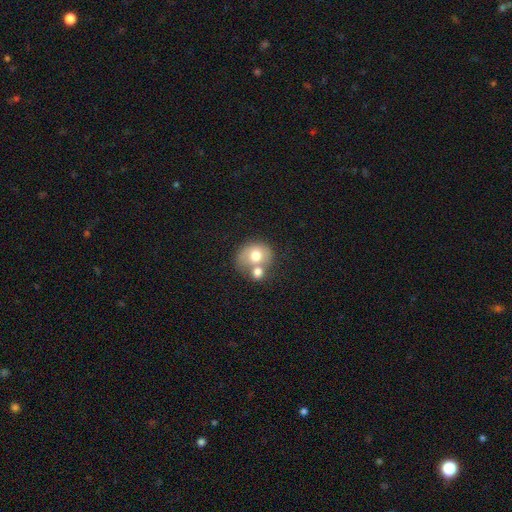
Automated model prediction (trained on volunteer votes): The model was most divided on "how rounded": round: 61%, in between: 38%, cigar-shaped: 1%. More confident: smooth or featured — smooth (68%); merging — merger (55%).